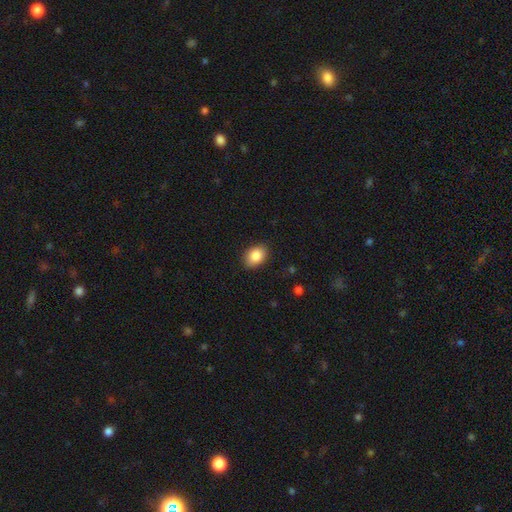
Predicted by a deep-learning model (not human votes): smooth 87%, star or artifact 7%, featured or disk 6%. Down the decision tree: how rounded — in between (78%); merging — none (87%).